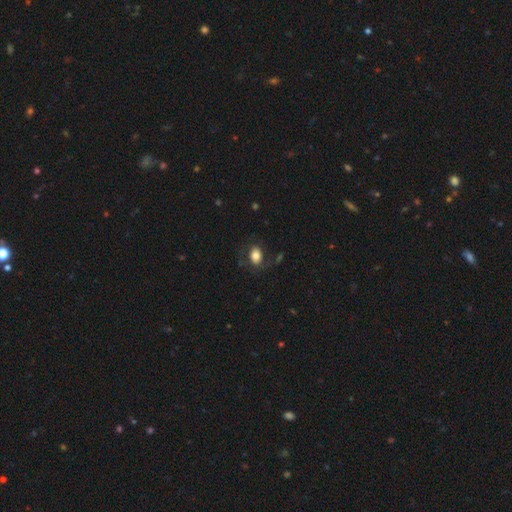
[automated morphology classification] Smooth or featured: smooth — 75% (featured or disk — 16%)
How rounded: in between — 78% (round — 20%)
Merging: none — 70% (minor disturbance — 16%)